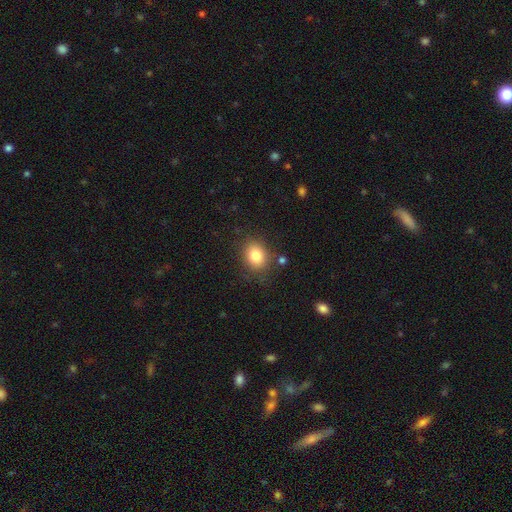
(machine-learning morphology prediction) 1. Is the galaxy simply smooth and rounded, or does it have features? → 82% smooth, 10% star or artifact, 8% featured or disk.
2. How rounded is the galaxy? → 52% round, 47% in between, 1% cigar-shaped.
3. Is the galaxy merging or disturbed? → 80% none, 13% minor disturbance, 4% major disturbance, 4% merger.